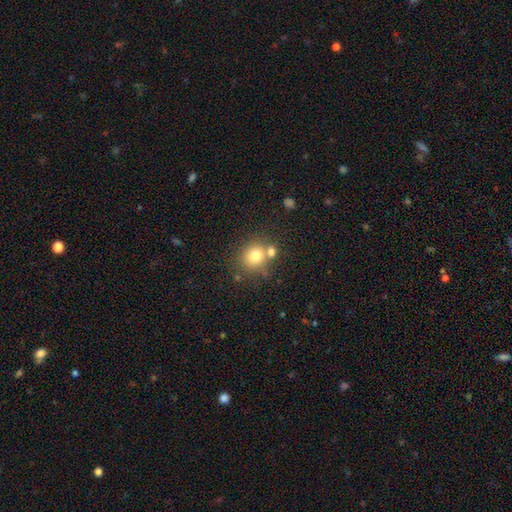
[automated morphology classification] Smooth or featured?
  - smooth: 76% *
  - star or artifact: 13%
  - featured or disk: 11%
How rounded?
  - round: 79% *
  - in between: 20%
  - cigar-shaped: 1%
Merging?
  - none: 60% *
  - merger: 25%
  - minor disturbance: 11%
  - major disturbance: 4%